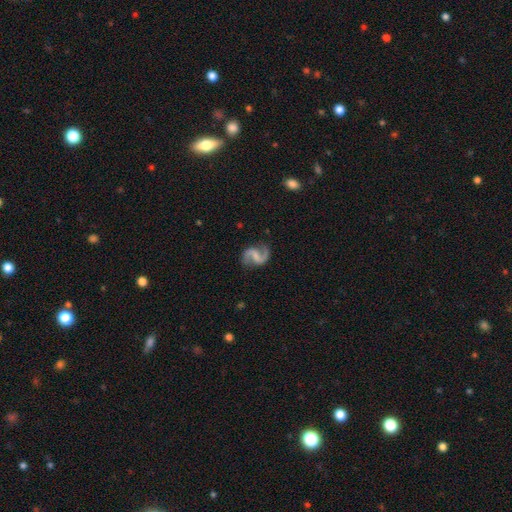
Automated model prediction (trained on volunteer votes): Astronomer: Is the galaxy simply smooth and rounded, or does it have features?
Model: featured or disk — 89%.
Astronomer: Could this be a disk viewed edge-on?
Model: no — 98%.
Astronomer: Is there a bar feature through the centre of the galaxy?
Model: weak — 48% (runner-up: strong, 28%).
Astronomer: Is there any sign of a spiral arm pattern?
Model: yes — 97%.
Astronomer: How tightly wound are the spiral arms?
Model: loose — 49% (runner-up: medium, 43%).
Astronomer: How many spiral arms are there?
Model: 2 — 93%.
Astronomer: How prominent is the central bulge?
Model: none — 54%.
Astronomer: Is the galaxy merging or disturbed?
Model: none — 80%.